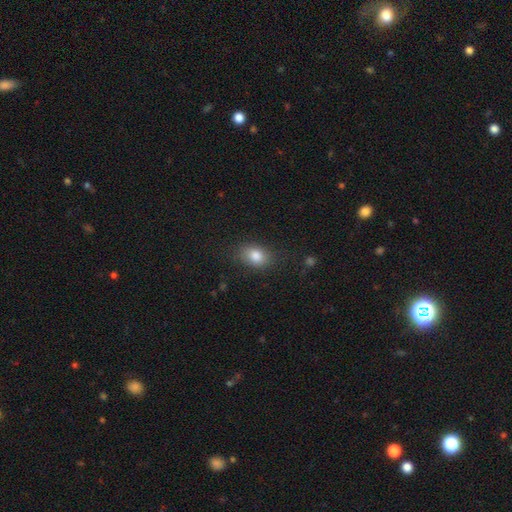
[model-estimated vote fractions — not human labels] Smooth or featured? Predicted: smooth (p=0.83). How rounded? Predicted: in between (p=0.75). Merging? Predicted: none (p=0.79).